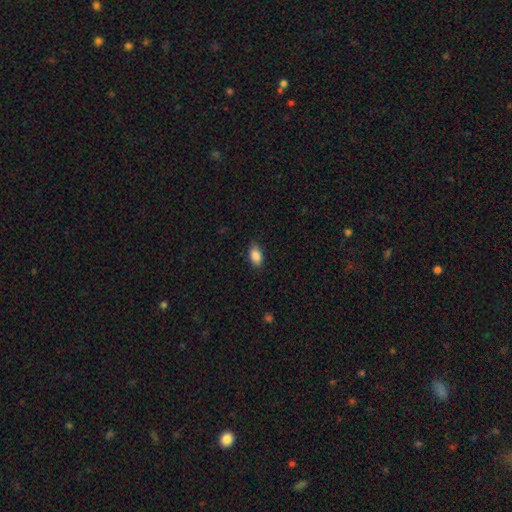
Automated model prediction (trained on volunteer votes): This appears to be a smooth galaxy with no disk features (88%) that is in between round and cigar-shaped (91%). Merging: none (82%).